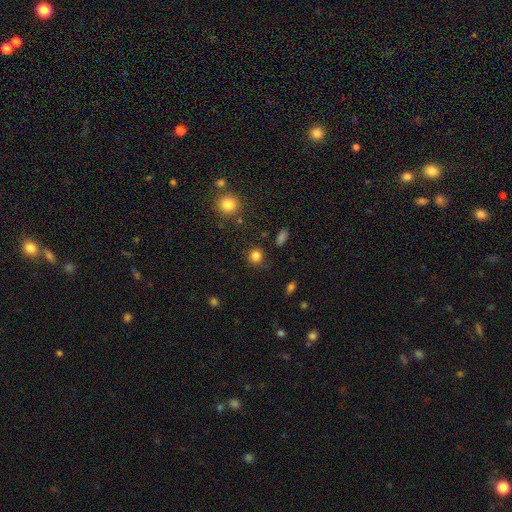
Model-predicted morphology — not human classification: Smooth or featured: smooth — 82% (star or artifact — 13%)
How rounded: round — 89% (in between — 10%)
Merging: none — 87% (minor disturbance — 8%)